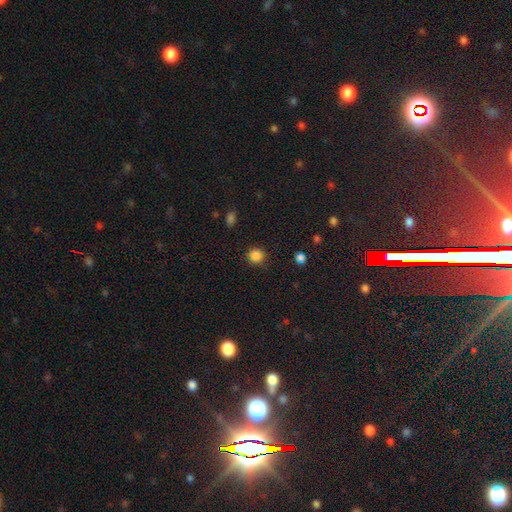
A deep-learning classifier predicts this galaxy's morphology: smooth-or-featured: smooth: 85% | star or artifact: 12% | featured or disk: 3%
  how-rounded: round: 93% | in between: 6% | cigar-shaped: 1%
  merging: none: 89% | minor disturbance: 7% | major disturbance: 2% | merger: 1%